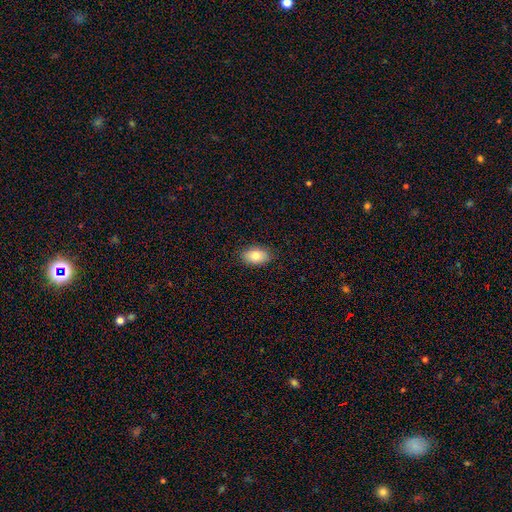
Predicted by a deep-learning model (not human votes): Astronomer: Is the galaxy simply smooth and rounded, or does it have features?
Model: smooth — 81%.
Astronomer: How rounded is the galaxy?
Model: in between — 90%.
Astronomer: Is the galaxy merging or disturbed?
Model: none — 87%.